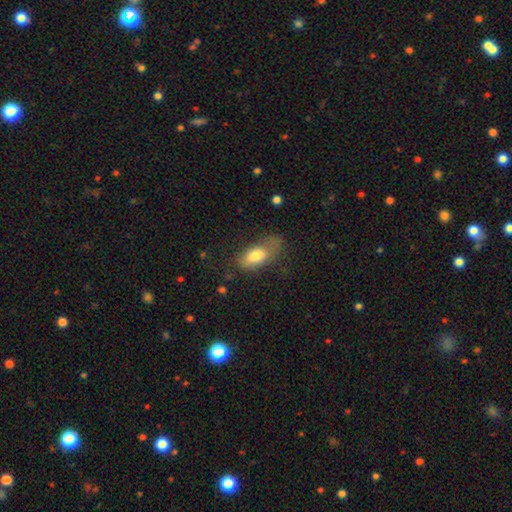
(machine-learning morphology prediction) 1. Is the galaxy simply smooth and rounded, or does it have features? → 76% smooth, 17% featured or disk, 8% star or artifact.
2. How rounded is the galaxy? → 85% in between, 11% cigar-shaped, 4% round.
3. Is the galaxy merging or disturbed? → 46% none, 30% minor disturbance, 21% major disturbance, 3% merger.